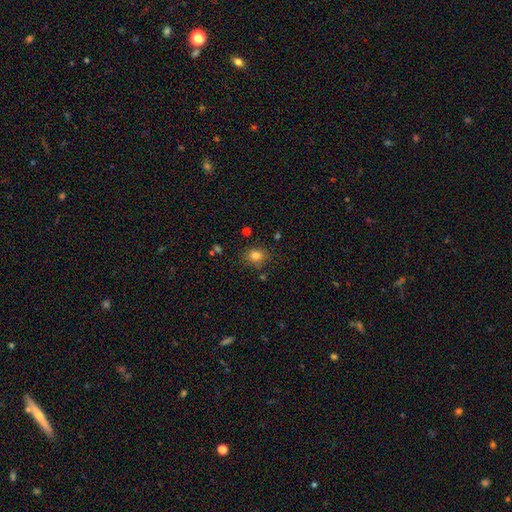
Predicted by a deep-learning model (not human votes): Morphology: type=smooth (81%); roundness=round (64%); merging=none (80%).